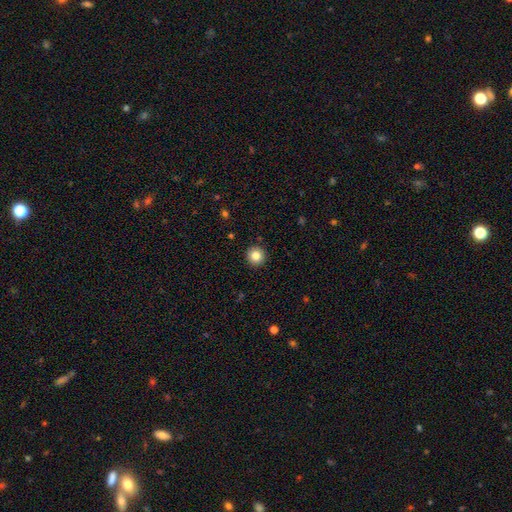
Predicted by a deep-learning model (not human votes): Morphology: type=smooth (83%); roundness=round (95%); merging=none (93%).